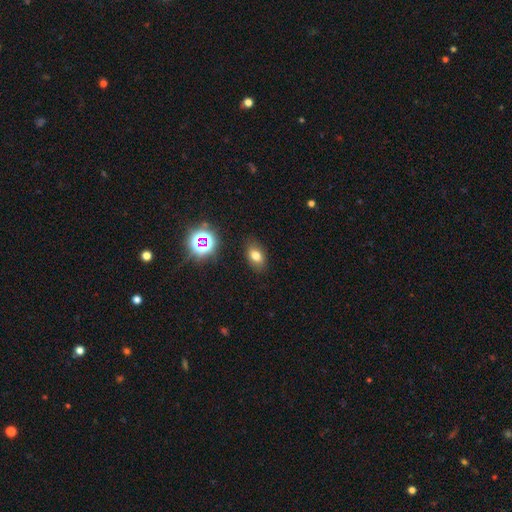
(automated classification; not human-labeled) smooth_or_featured: smooth (p=0.72) [alt: star or artifact p=0.17]
how_rounded: in between (p=0.81) [alt: round p=0.17]
merging: none (p=0.86) [alt: minor disturbance p=0.10]